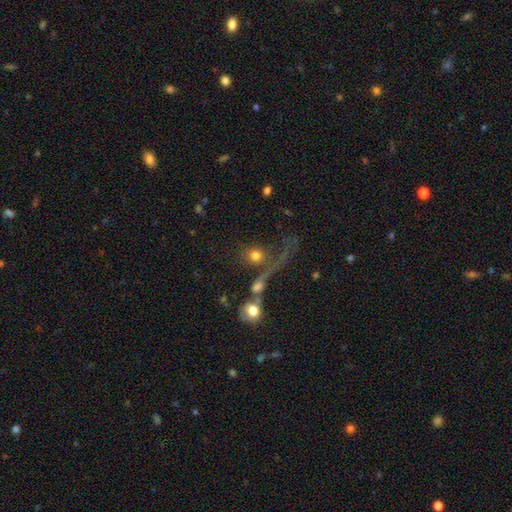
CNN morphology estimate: Overall: smooth (68%). How rounded: round (78%). Merging: merger (38%; none 31%).